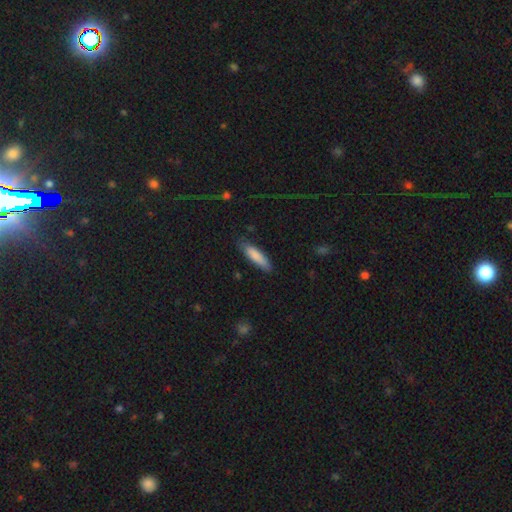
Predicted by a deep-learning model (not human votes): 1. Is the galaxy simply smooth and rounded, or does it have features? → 84% smooth, 10% featured or disk, 6% star or artifact.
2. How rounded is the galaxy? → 68% cigar-shaped, 30% in between, 1% round.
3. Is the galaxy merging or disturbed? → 79% none, 17% minor disturbance, 3% major disturbance, 1% merger.